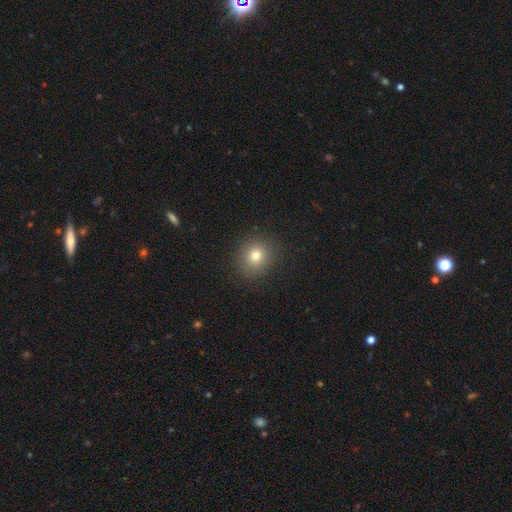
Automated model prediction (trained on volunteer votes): smooth-or-featured: smooth: 77% | star or artifact: 14% | featured or disk: 9%
  how-rounded: round: 85% | in between: 14% | cigar-shaped: 1%
  merging: none: 88% | minor disturbance: 8% | major disturbance: 3% | merger: 1%